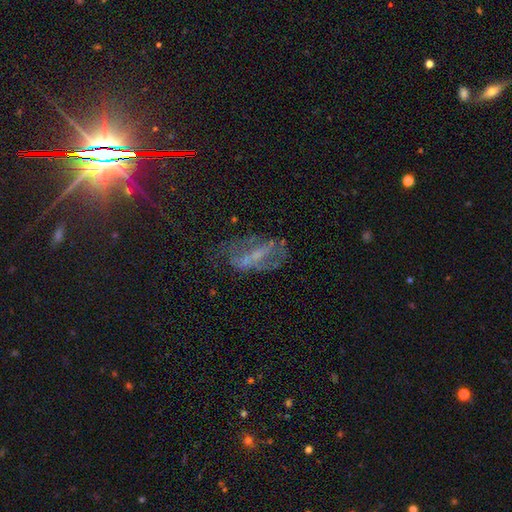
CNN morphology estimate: This is possibly a featured or disk galaxy (58%). It is clearly not viewed edge-on (89%). Bar: marginally no (42%). Spiral arm pattern: possibly no (55%). Central bulge: possibly small (48%). Merging: possibly none (48%).